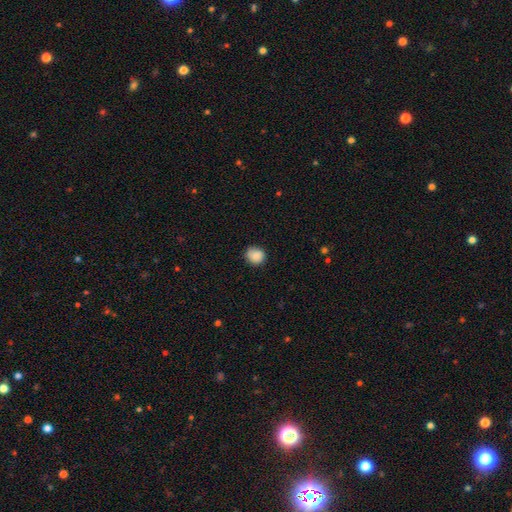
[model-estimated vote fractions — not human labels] Smooth or featured: smooth — 85% (star or artifact — 8%)
How rounded: round — 81% (in between — 18%)
Merging: none — 76% (minor disturbance — 19%)